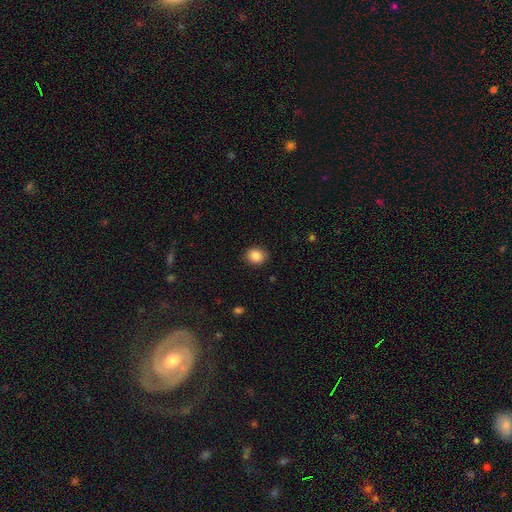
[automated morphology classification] A smooth galaxy with no disk features (87%) that is round (66%). Merging: none (88%).